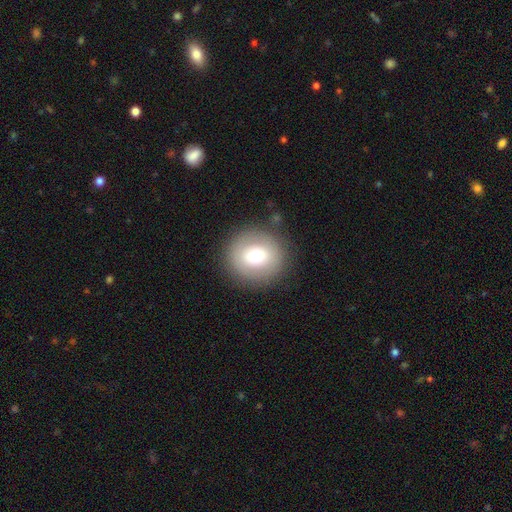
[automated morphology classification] type=smooth (68%); roundness=round (92%); merging=none (87%).